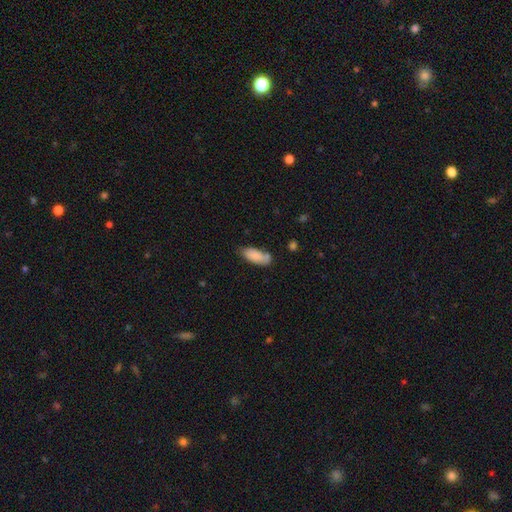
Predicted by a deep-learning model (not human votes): Smooth or featured?
  - smooth: 83% *
  - featured or disk: 10%
  - star or artifact: 7%
How rounded?
  - in between: 82% *
  - cigar-shaped: 16%
  - round: 2%
Merging?
  - none: 61% *
  - minor disturbance: 25%
  - merger: 10%
  - major disturbance: 5%